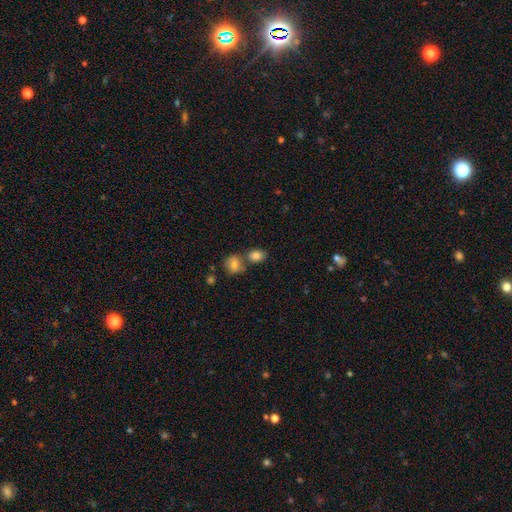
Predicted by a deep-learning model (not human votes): Smooth or featured? smooth (83%)
How rounded? in between (59%)
Merging? none (51%)